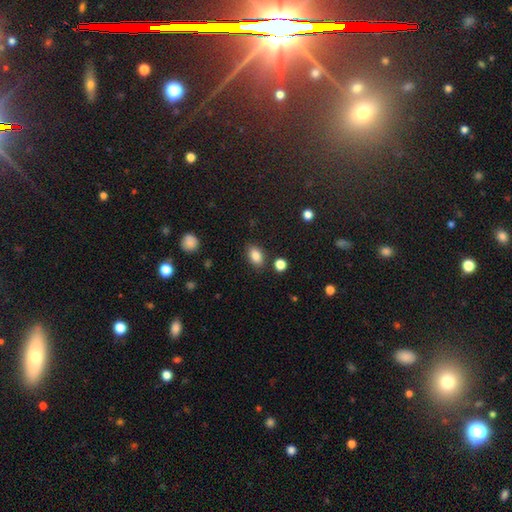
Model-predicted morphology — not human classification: The model was most divided on "how rounded": in between: 84%, round: 14%, cigar-shaped: 2%. More confident: smooth or featured — smooth (85%); merging — none (83%).